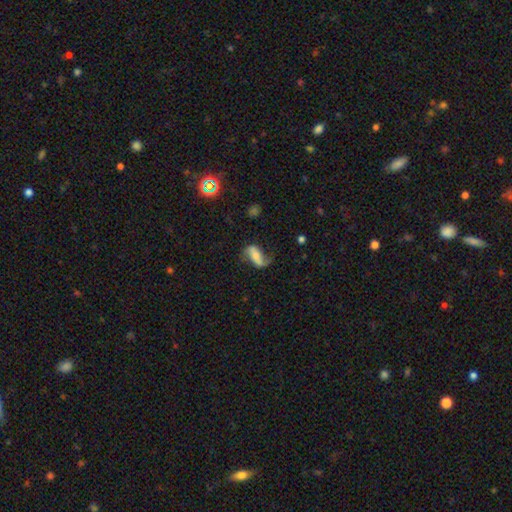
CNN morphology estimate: Q: Smooth or featured?
A: featured or disk (62%); runner-up: smooth (29%)
Q: Edge-on disk?
A: no (92%); runner-up: yes (8%)
Q: Bar?
A: strong (41%); runner-up: no (31%)
Q: Spiral arms?
A: yes (87%); runner-up: no (13%)
Q: Spiral winding?
A: loose (74%); runner-up: medium (19%)
Q: Spiral arm count?
A: 2 (82%); runner-up: 1 (11%)
Q: Bulge size?
A: small (43%); runner-up: moderate (35%)
Q: Merging?
A: none (58%); runner-up: minor disturbance (23%)